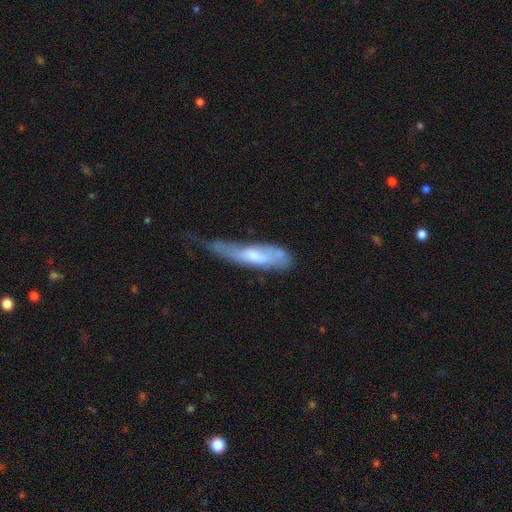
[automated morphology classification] Smooth or featured? smooth (49%)
Merging? minor disturbance (37%)